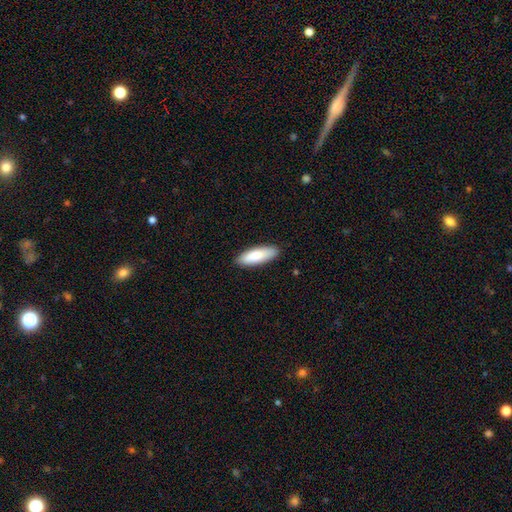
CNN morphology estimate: smooth 86%, featured or disk 9%, star or artifact 5%. Down the decision tree: how rounded — in between (55%); merging — none (89%).